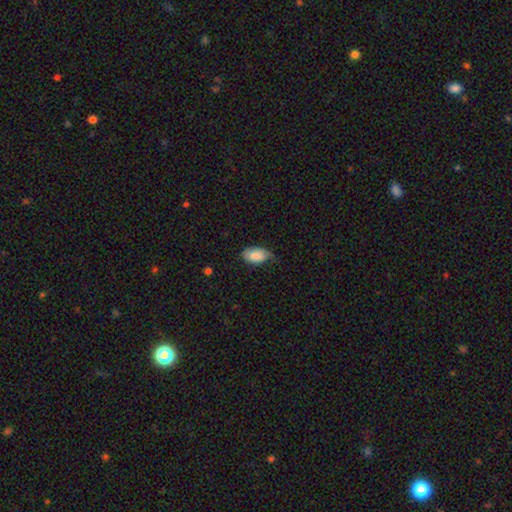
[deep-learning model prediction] A smooth galaxy with no disk features (83%) that is in between round and cigar-shaped (93%).

Vote fractions:
- Smooth or featured? smooth: 83% / featured or disk: 11% / star or artifact: 7%
- How rounded? in between: 93% / round: 5% / cigar-shaped: 2%
- Merging? none: 52% / minor disturbance: 38% / major disturbance: 8% / merger: 1%